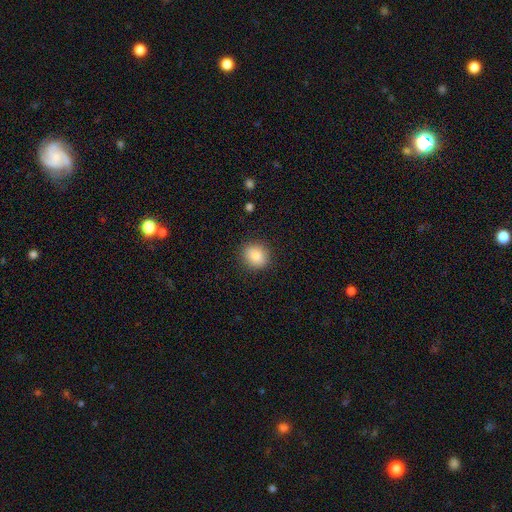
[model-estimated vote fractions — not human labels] Morphology: type=smooth (85%); roundness=round (80%); merging=none (89%).